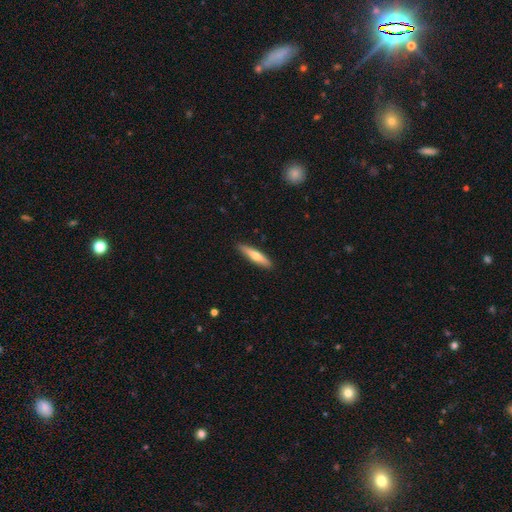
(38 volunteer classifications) smooth 61%, featured or disk 32%, star or artifact 8%. Down the decision tree: how rounded — cigar-shaped (78%); merging — none (83%).